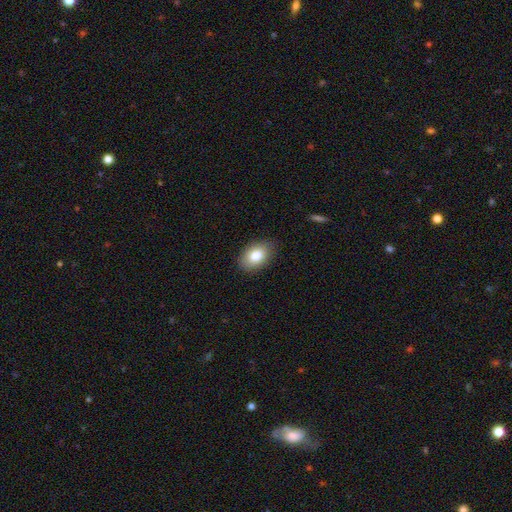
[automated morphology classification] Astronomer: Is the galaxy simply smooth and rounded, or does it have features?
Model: smooth — 81%.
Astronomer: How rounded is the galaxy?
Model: in between — 87%.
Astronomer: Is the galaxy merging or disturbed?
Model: none — 85%.